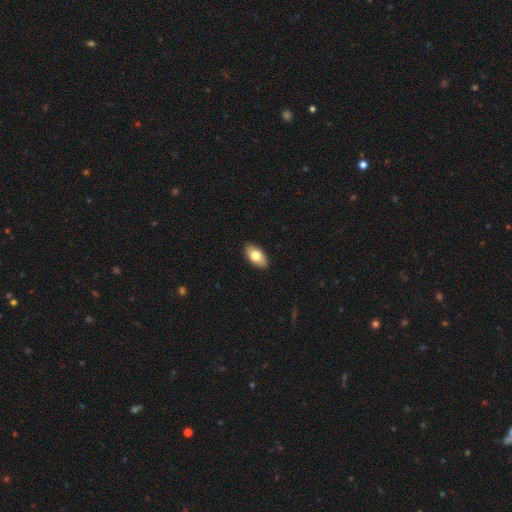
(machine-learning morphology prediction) Overall: smooth (75%). How rounded: in between (93%). Merging: none (90%).